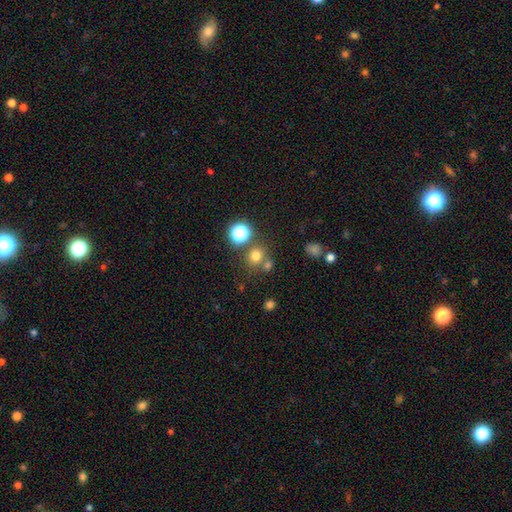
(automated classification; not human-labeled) This appears to be a smooth galaxy with no disk features (71%) that is round (88%). Merging: none (67%).